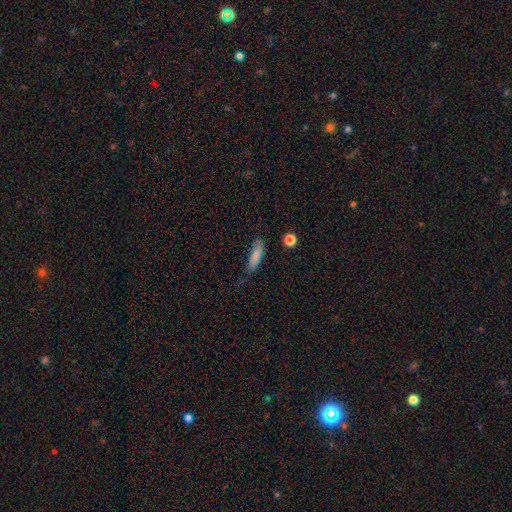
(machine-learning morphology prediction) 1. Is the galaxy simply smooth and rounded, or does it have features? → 80% smooth, 12% featured or disk, 8% star or artifact.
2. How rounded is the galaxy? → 67% cigar-shaped, 31% in between, 2% round.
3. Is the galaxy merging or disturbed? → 58% none, 30% minor disturbance, 9% major disturbance, 3% merger.